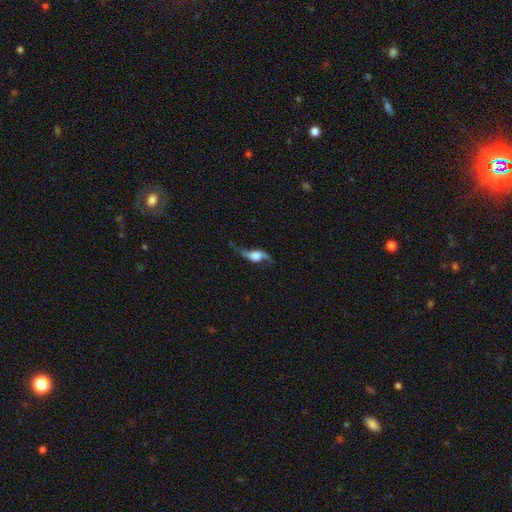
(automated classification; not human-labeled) This is likely a featured or disk galaxy (65%). It is likely not viewed edge-on (68%). Merging: possibly none (60%).